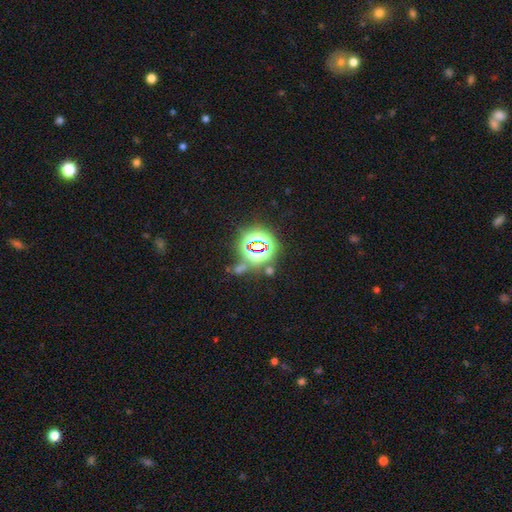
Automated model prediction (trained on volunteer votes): A star or artifact, not a galaxy (82%).